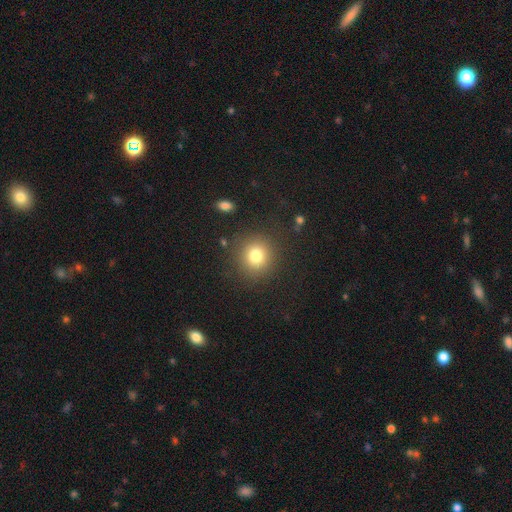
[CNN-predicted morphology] Overall: smooth (79%). How rounded: round (90%). Merging: none (87%).